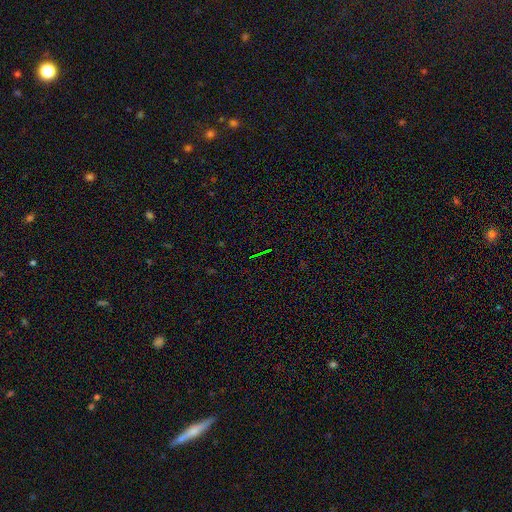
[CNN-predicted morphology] A star or artifact, not a galaxy (73%).